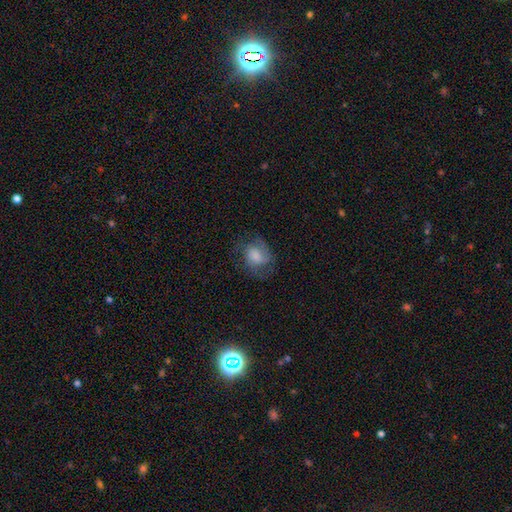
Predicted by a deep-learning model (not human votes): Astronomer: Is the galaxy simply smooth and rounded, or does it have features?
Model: featured or disk — 50% (runner-up: smooth, 41%).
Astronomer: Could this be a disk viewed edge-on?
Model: no — 97%.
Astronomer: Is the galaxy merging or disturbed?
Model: none — 62%.